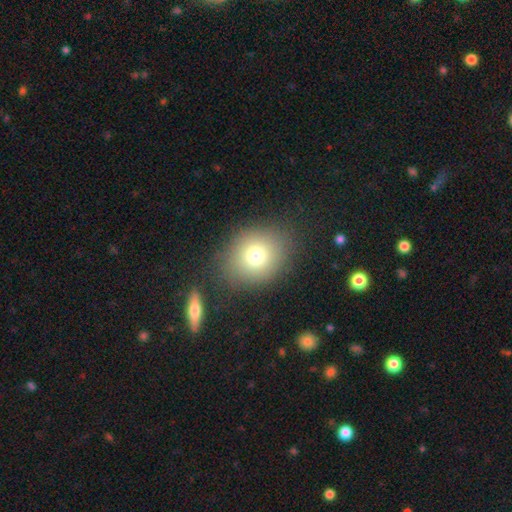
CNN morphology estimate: type=smooth (76%); roundness=round (62%); merging=none (79%).